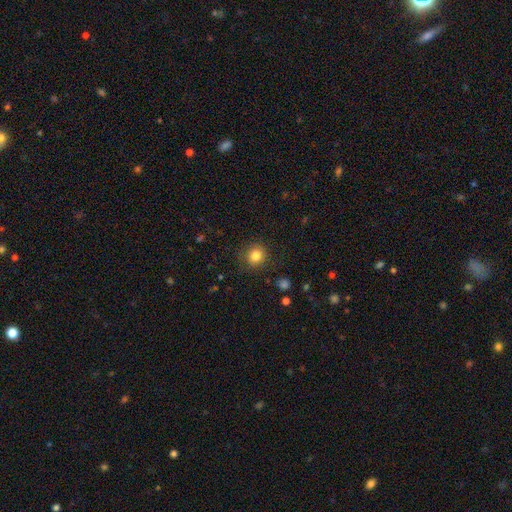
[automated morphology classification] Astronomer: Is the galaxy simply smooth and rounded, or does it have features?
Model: smooth — 83%.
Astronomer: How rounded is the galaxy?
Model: round — 87%.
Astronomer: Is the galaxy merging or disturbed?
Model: none — 86%.